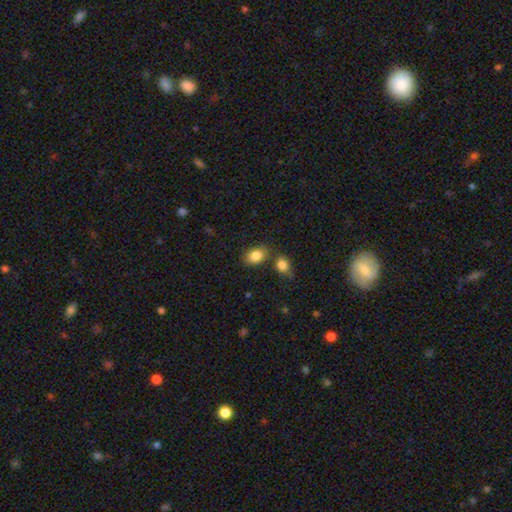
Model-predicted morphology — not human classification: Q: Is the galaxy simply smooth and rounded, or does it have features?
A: smooth — 85%.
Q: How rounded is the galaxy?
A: in between — 74%.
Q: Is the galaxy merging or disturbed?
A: none — 68%.